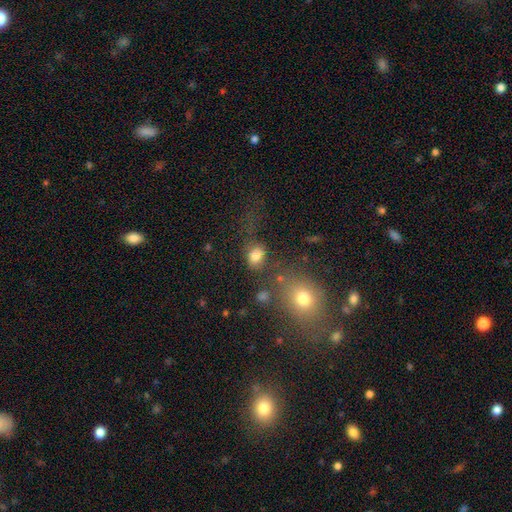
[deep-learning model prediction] Overall: smooth (78%). How rounded: round (49%, tied with in between). Merging: none (59%).